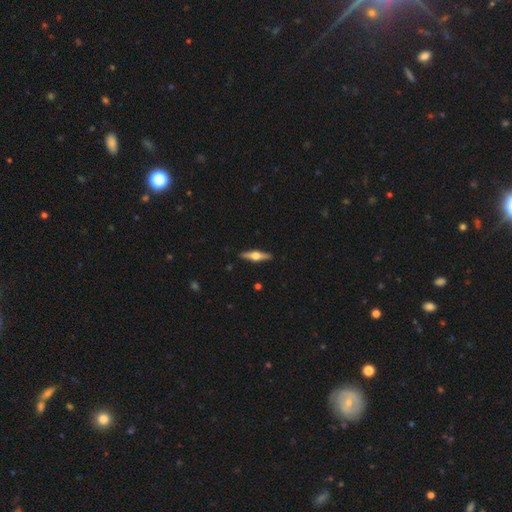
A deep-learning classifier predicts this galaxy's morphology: The model was most divided on "smooth or featured": featured or disk: 69%, smooth: 26%, star or artifact: 5%. More confident: edge-on disk — yes (97%); edge-on bulge — rounded (96%); merging — none (91%).